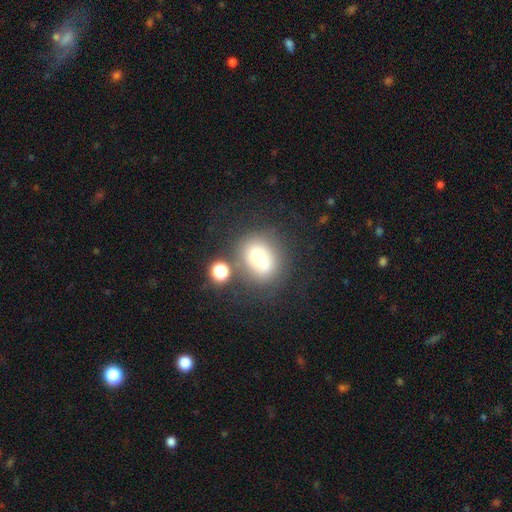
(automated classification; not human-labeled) smooth_or_featured: smooth (p=0.54) [alt: featured or disk p=0.33]
how_rounded: in between (p=0.53) [alt: round p=0.44]
merging: none (p=0.63) [alt: minor disturbance p=0.15]